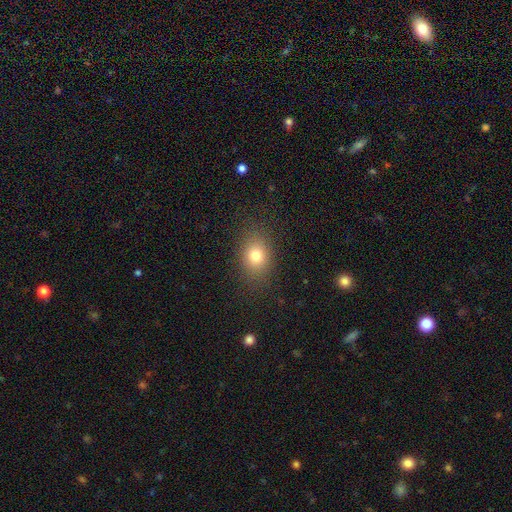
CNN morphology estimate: Smooth or featured? smooth (77%)
How rounded? in between (62%)
Merging? none (85%)